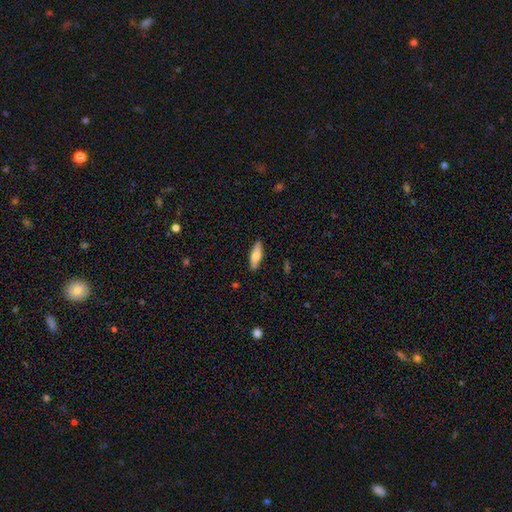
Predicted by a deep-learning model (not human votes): Smooth or featured? Predicted: smooth (p=0.69). How rounded? Predicted: in between (p=0.56). Merging? Predicted: none (p=0.88).